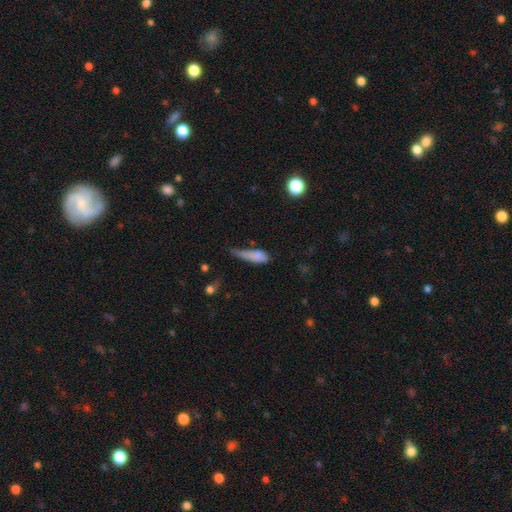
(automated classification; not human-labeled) This is likely a smooth galaxy (75%). How rounded: possibly in between (57%). Merging: marginally minor disturbance (36%).